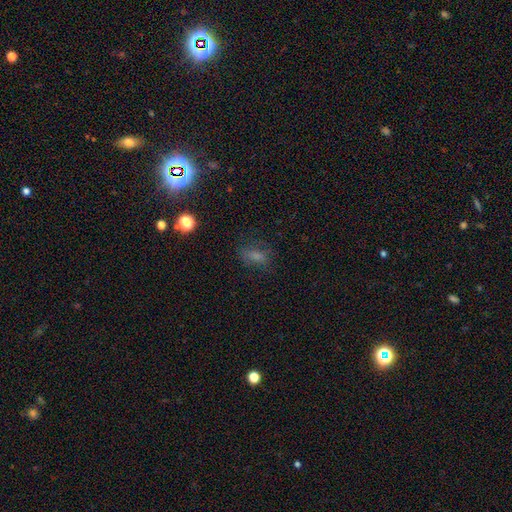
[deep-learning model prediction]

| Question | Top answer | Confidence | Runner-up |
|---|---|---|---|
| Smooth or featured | smooth | 68% | star or artifact (20%) |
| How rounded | in between | 76% | round (14%) |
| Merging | none | 67% | minor disturbance (20%) |